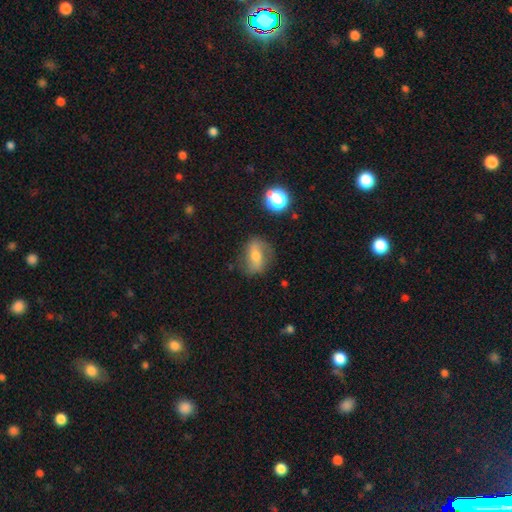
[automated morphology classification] This appears to be a featured or disk galaxy (54%). Merging: none (74%).